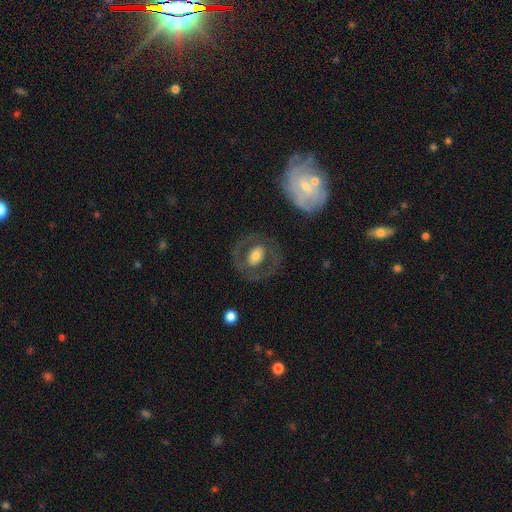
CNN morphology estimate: A featured or disk galaxy (55%) with no bar (60%), no spiral arms (73%) and a moderate central bulge (52%).

Vote fractions:
- Smooth or featured? featured or disk: 55% / smooth: 38% / star or artifact: 6%
- Edge-on disk? no: 94% / yes: 6%
- Bar? no: 60% / weak: 24% / strong: 16%
- Spiral arms? no: 73% / yes: 27%
- Bulge size? moderate: 52% / large: 27% / small: 16% / dominant: 3% / none: 2%
- Merging? none: 77% / minor disturbance: 11% / major disturbance: 10% / merger: 2%